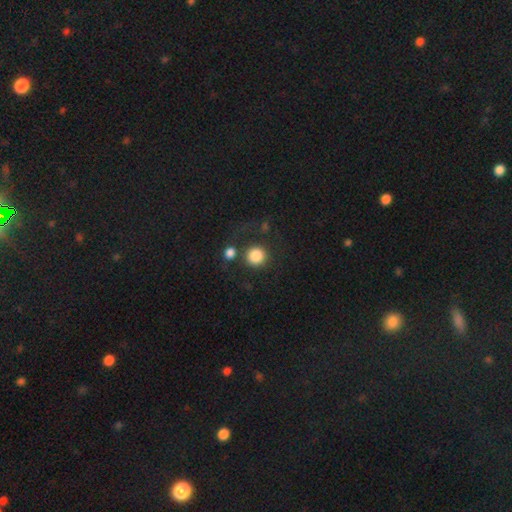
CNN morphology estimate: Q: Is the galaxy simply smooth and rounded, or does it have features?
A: smooth — 85%.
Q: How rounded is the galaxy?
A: round — 93%.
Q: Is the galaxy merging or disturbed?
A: none — 71%.